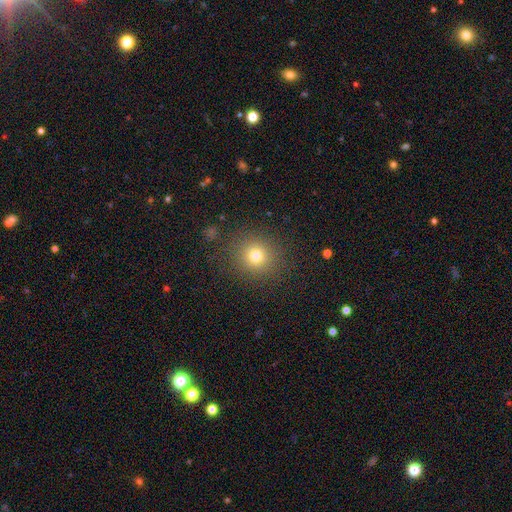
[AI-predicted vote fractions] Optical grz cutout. It shows a smooth galaxy with no disk features (76%) that is round (90%). Merging: none (87%).